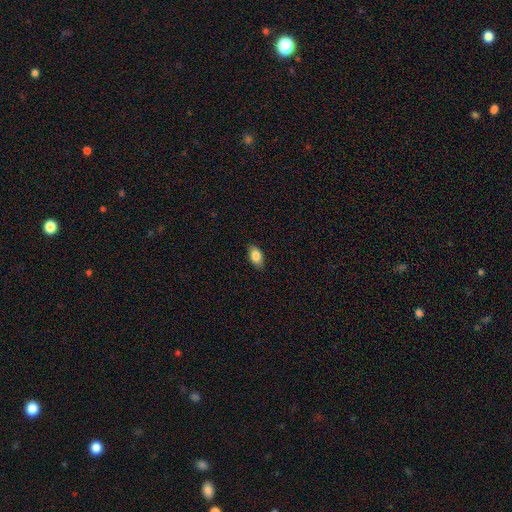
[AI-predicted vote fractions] Smooth or featured: smooth — 84% (featured or disk — 9%)
How rounded: in between — 91% (round — 6%)
Merging: none — 84% (minor disturbance — 13%)